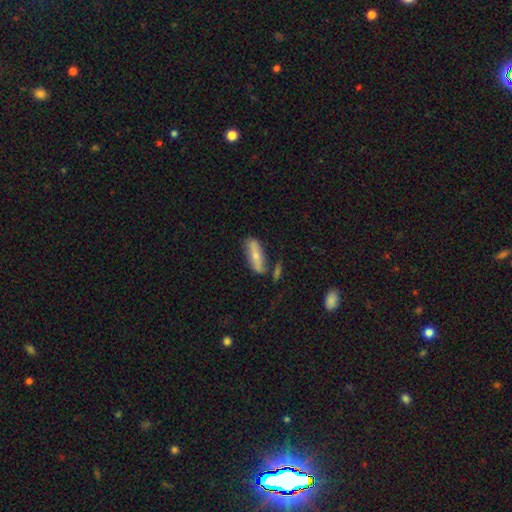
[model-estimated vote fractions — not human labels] This is possibly a smooth galaxy (56%). How rounded: possibly cigar-shaped (52%). Merging: likely none (61%).